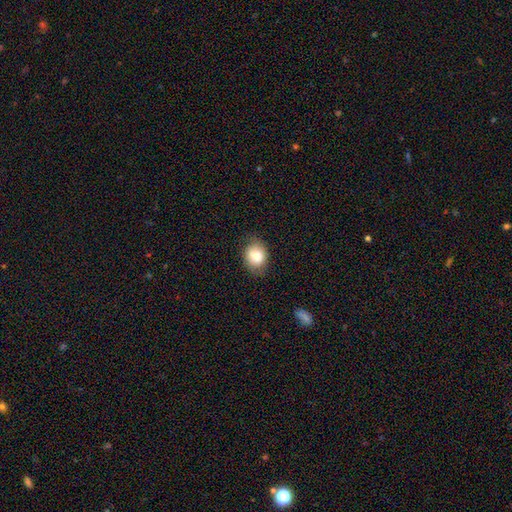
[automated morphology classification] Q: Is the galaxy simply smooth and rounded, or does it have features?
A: smooth — 80%.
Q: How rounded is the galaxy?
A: round — 50%.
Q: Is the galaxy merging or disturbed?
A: none — 76%.